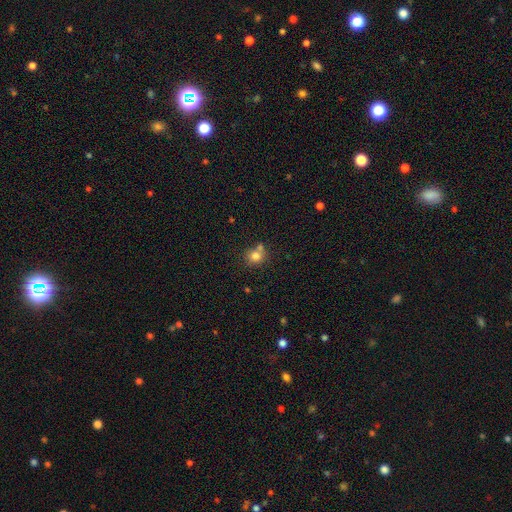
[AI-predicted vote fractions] smooth_or_featured: smooth (p=0.80) [alt: star or artifact p=0.12]
how_rounded: round (p=0.84) [alt: in between p=0.15]
merging: none (p=0.59) [alt: merger p=0.26]